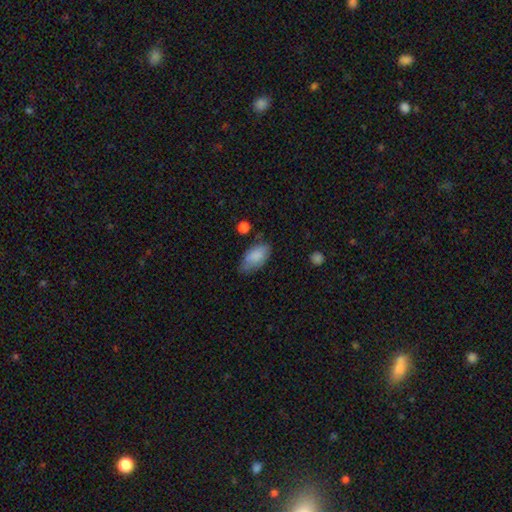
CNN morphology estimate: Smooth or featured? Predicted: smooth (p=0.83). How rounded? Predicted: in between (p=0.93). Merging? Predicted: none (p=0.60).